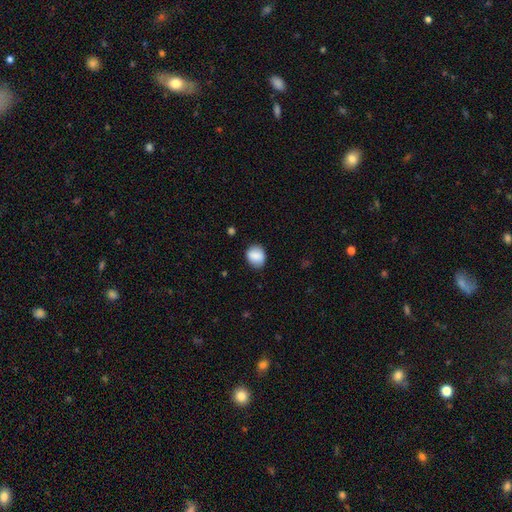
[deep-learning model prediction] Morphology: type=smooth (84%); roundness=round (62%); merging=none (79%).